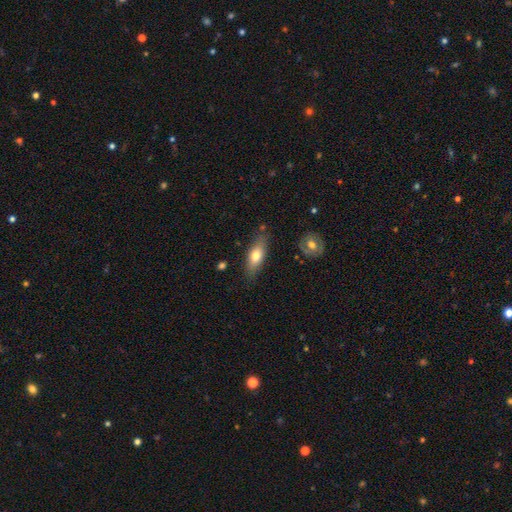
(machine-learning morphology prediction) Smooth or featured? Predicted: smooth (p=0.68). How rounded? Predicted: in between (p=0.66). Merging? Predicted: none (p=0.78).